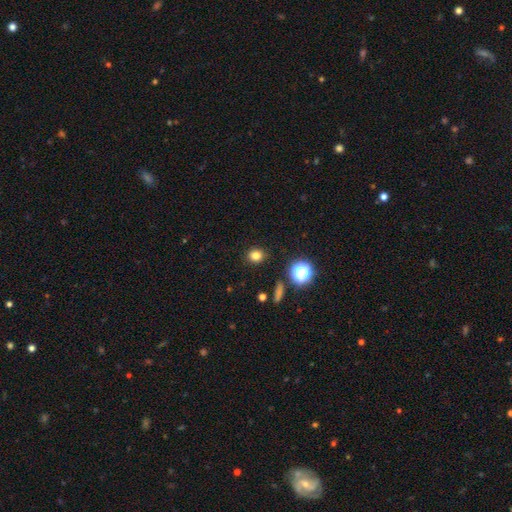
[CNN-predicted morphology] Smooth or featured? smooth (78%)
How rounded? round (78%)
Merging? none (89%)